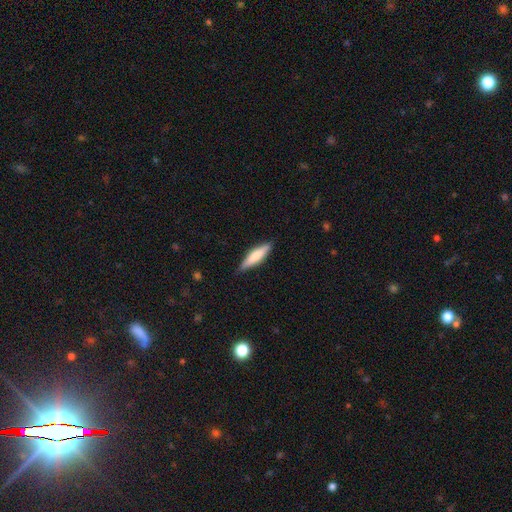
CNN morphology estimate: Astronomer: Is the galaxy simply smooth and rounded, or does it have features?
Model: smooth — 66%.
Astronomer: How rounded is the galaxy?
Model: cigar-shaped — 74%.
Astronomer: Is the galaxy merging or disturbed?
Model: none — 85%.